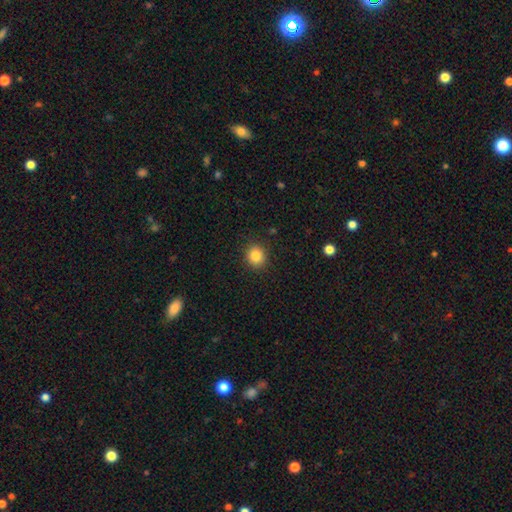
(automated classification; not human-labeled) Smooth or featured? Predicted: smooth (p=0.85). How rounded? Predicted: round (p=0.88). Merging? Predicted: none (p=0.90).